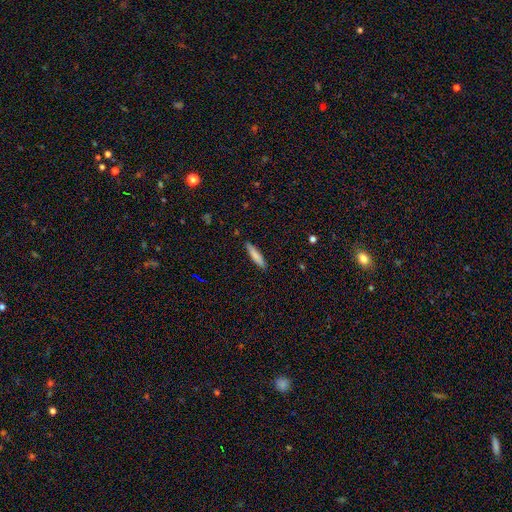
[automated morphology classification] smooth 81%, featured or disk 13%, star or artifact 6%. Down the decision tree: how rounded — cigar-shaped (86%); merging — none (89%).